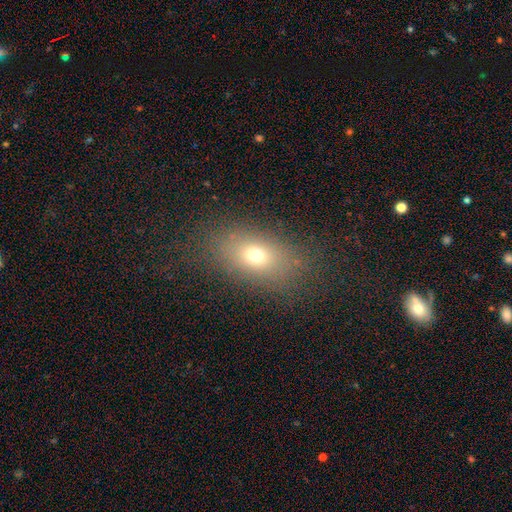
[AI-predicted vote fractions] This is likely a smooth galaxy (67%). How rounded: likely in between (76%). Merging: likely none (79%).